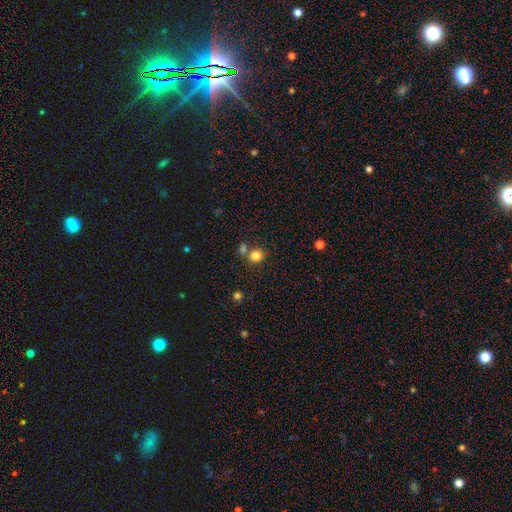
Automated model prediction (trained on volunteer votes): Smooth or featured: smooth — 82% (star or artifact — 12%)
How rounded: round — 67% (in between — 32%)
Merging: none — 65% (merger — 21%)